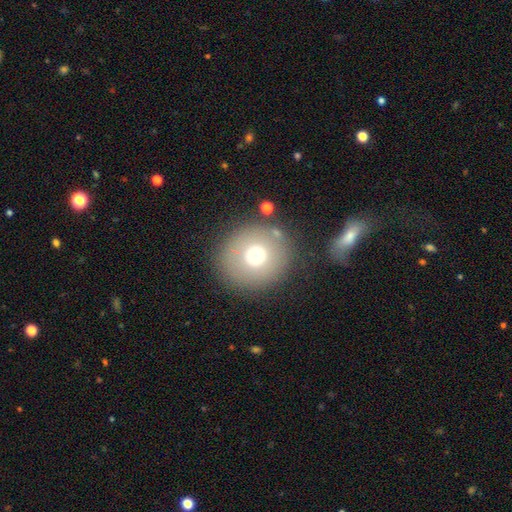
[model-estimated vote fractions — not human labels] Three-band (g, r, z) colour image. It shows a smooth galaxy with no disk features (69%) that is round (93%). Merging: none (84%).